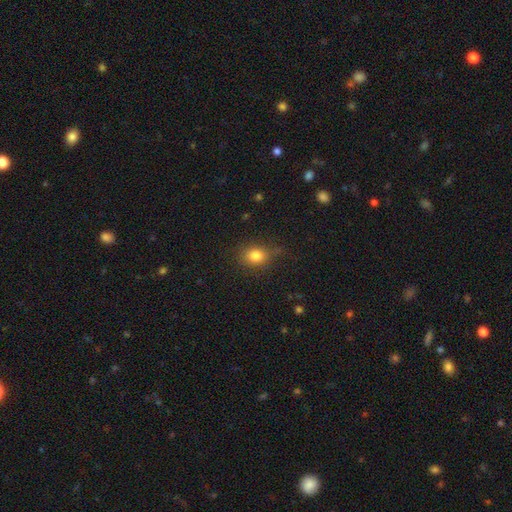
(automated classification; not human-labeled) Smooth or featured?
  - smooth: 81% *
  - star or artifact: 12%
  - featured or disk: 7%
How rounded?
  - round: 56% *
  - in between: 42%
  - cigar-shaped: 1%
Merging?
  - none: 76% *
  - minor disturbance: 17%
  - major disturbance: 5%
  - merger: 2%